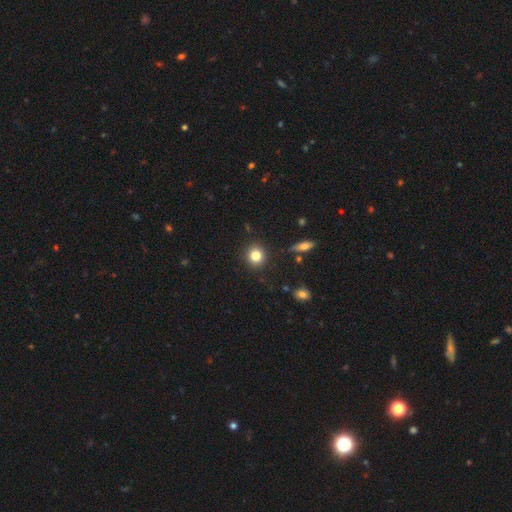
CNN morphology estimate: This appears to be a smooth galaxy with no disk features (82%) that is round (90%). Merging: none (90%).